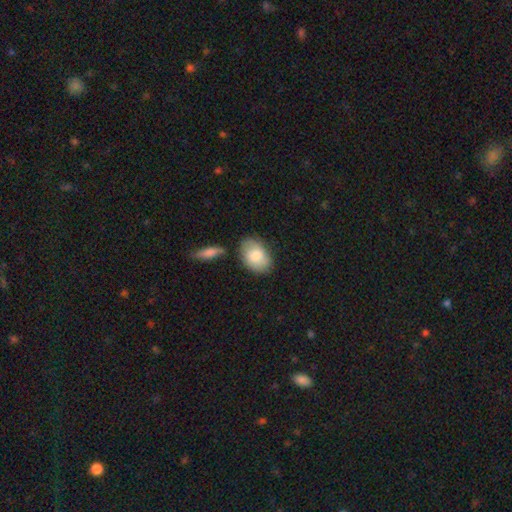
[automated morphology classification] Smooth or featured?
  - smooth: 77% *
  - featured or disk: 17%
  - star or artifact: 6%
How rounded?
  - in between: 86% *
  - round: 12%
  - cigar-shaped: 1%
Merging?
  - none: 69% *
  - minor disturbance: 18%
  - merger: 8%
  - major disturbance: 4%